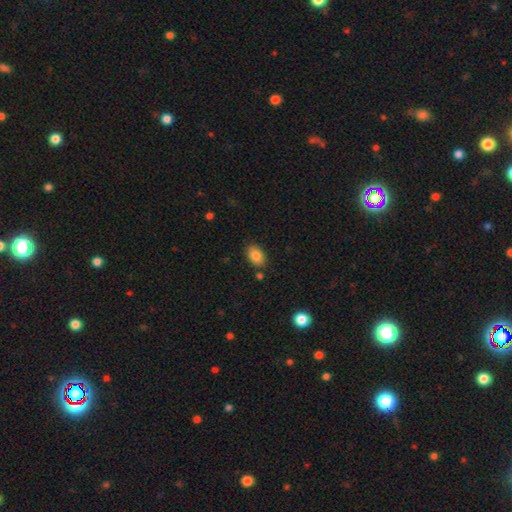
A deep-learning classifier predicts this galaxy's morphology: type=smooth (84%); roundness=in between (87%); merging=none (82%).